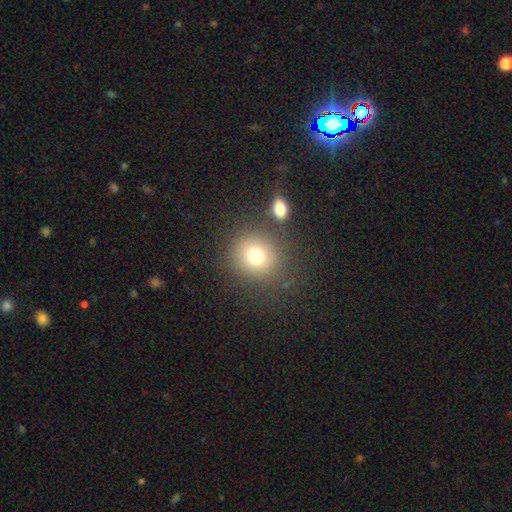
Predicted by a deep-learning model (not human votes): This appears to be a smooth galaxy with no disk features (76%) that is round (84%). Merging: none (79%).